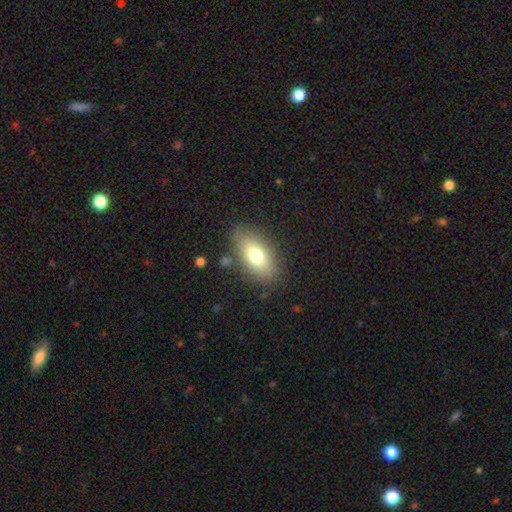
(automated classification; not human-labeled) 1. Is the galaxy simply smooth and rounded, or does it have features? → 72% smooth, 19% featured or disk, 9% star or artifact.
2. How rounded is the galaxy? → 87% in between, 7% round, 6% cigar-shaped.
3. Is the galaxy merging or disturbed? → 81% none, 12% minor disturbance, 4% major disturbance, 2% merger.